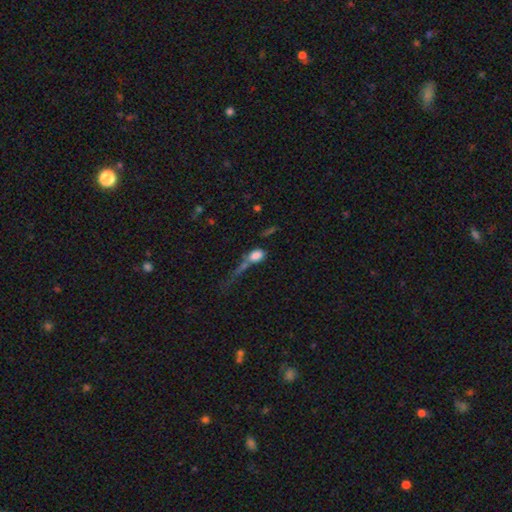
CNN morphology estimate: type=smooth (73%); roundness=in between (74%); merging=major disturbance (31%).